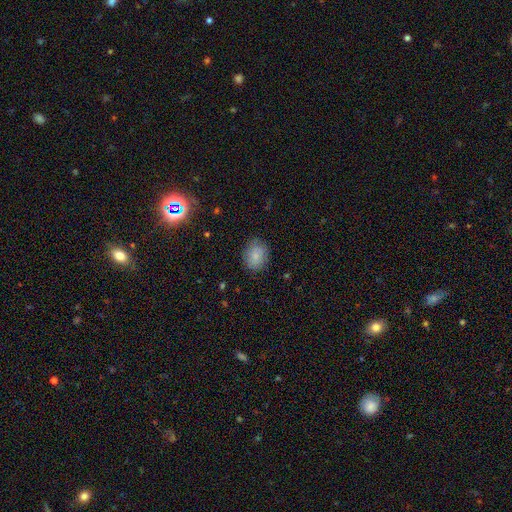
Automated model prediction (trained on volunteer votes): The model was most divided on "how rounded": round: 52%, in between: 47%, cigar-shaped: 1%. More confident: merging — none (80%); smooth or featured — smooth (80%).